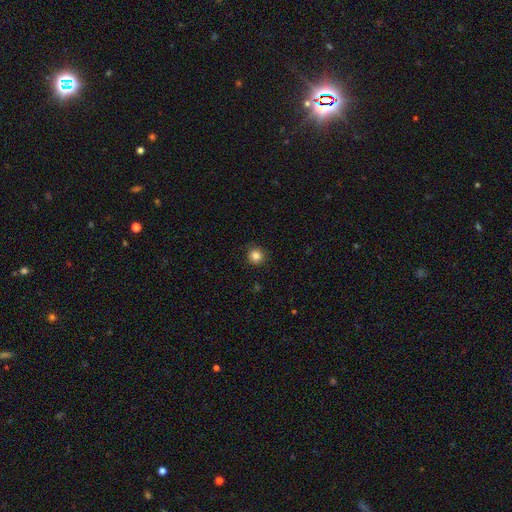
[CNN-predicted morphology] Smooth or featured? smooth (85%)
How rounded? round (93%)
Merging? none (90%)